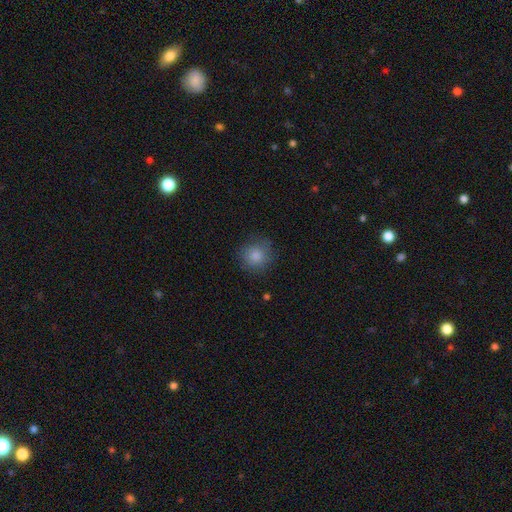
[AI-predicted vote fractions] A smooth galaxy with no disk features (85%) that is round (91%).

Vote fractions:
- Smooth or featured? smooth: 85% / star or artifact: 9% / featured or disk: 6%
- How rounded? round: 91% / in between: 8% / cigar-shaped: 1%
- Merging? none: 79% / minor disturbance: 15% / major disturbance: 5% / merger: 1%